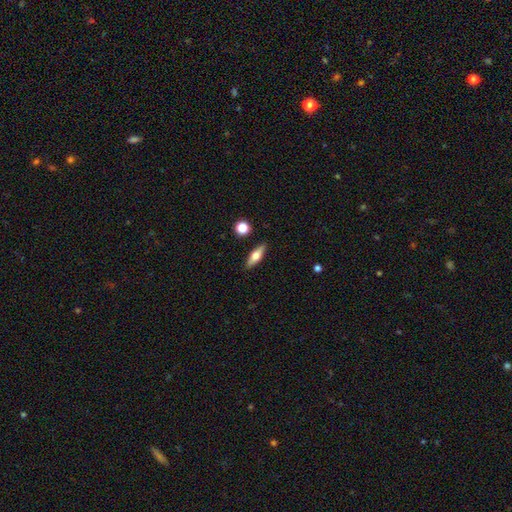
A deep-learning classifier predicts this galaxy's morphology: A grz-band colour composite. It shows a smooth galaxy with no disk features (50%) that is cigar-shaped (48%, tied with in between). Merging: none (87%).